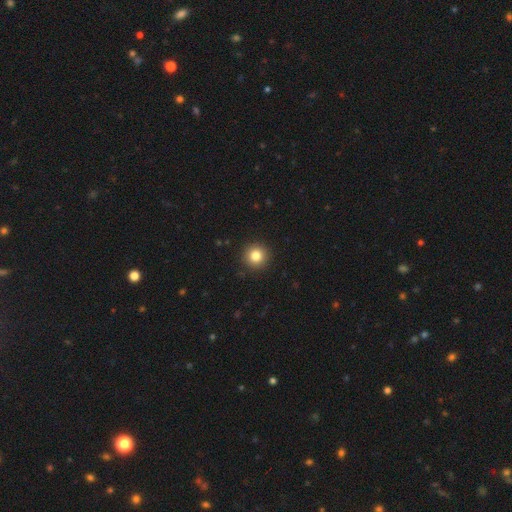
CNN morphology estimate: Smooth or featured: smooth — 83% (star or artifact — 11%)
How rounded: round — 95% (in between — 4%)
Merging: none — 92% (minor disturbance — 5%)